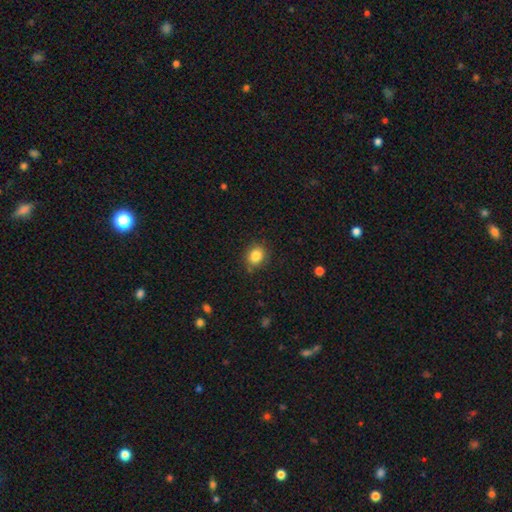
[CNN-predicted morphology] smooth_or_featured: smooth (p=0.84) [alt: star or artifact p=0.10]
how_rounded: round (p=0.58) [alt: in between p=0.41]
merging: none (p=0.82) [alt: minor disturbance p=0.13]